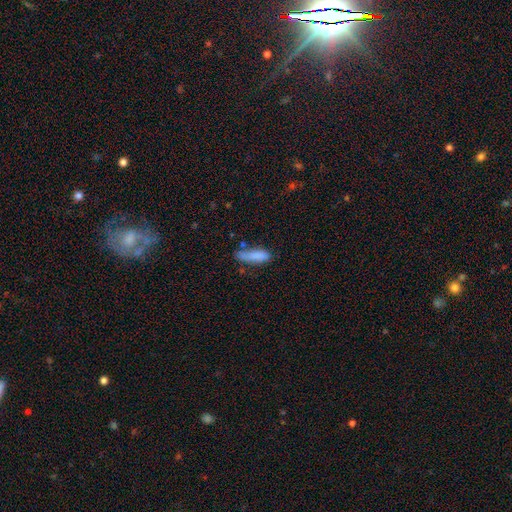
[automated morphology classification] smooth_or_featured: smooth (p=0.84) [alt: featured or disk p=0.09]
how_rounded: cigar-shaped (p=0.58) [alt: in between p=0.40]
merging: none (p=0.57) [alt: minor disturbance p=0.28]